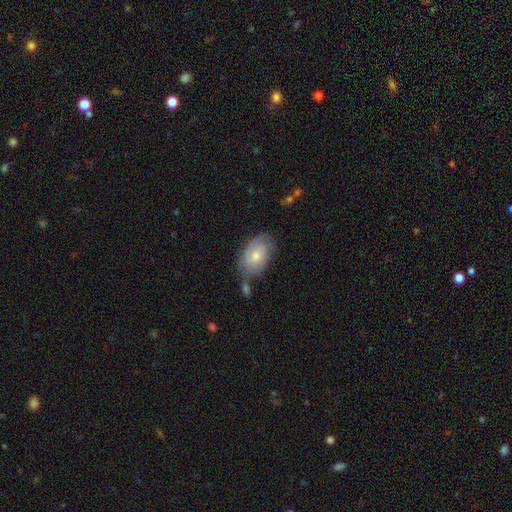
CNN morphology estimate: smooth 53%, featured or disk 40%, star or artifact 7%. Down the decision tree: how rounded — in between (87%); merging — none (58%).